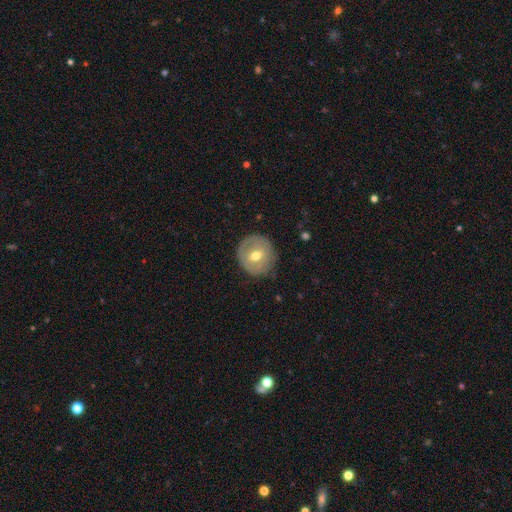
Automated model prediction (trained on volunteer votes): Q: Smooth or featured?
A: smooth (48%); runner-up: featured or disk (45%)
Q: Merging?
A: none (81%); runner-up: minor disturbance (14%)